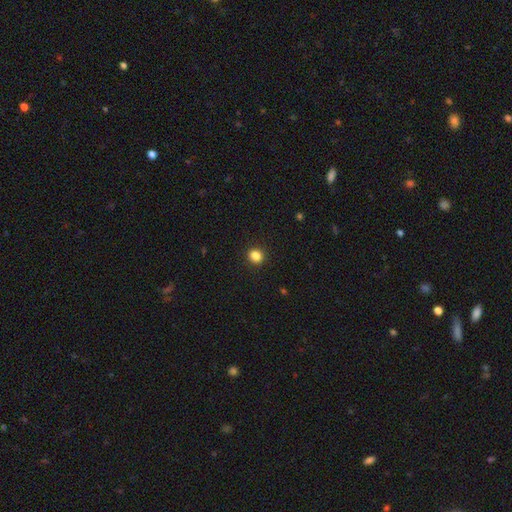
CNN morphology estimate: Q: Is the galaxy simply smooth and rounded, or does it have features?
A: smooth — 85%.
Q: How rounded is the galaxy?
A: round — 82%.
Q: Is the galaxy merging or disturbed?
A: none — 91%.